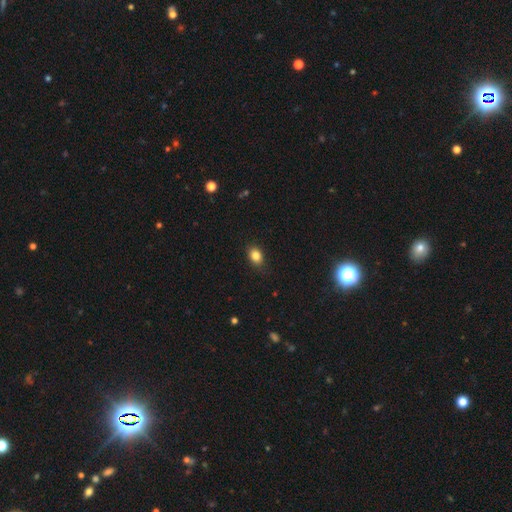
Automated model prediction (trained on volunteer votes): smooth-or-featured: smooth: 84% | star or artifact: 10% | featured or disk: 6%
  how-rounded: in between: 67% | round: 32% | cigar-shaped: 1%
  merging: none: 84% | minor disturbance: 13% | major disturbance: 3% | merger: 1%